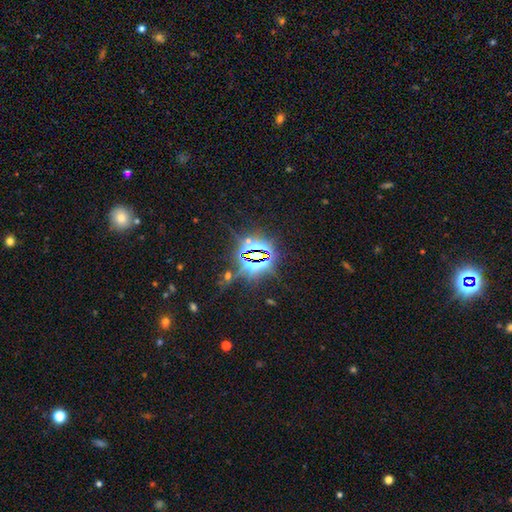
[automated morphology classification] Smooth or featured: star or artifact — 84% (smooth — 8%)